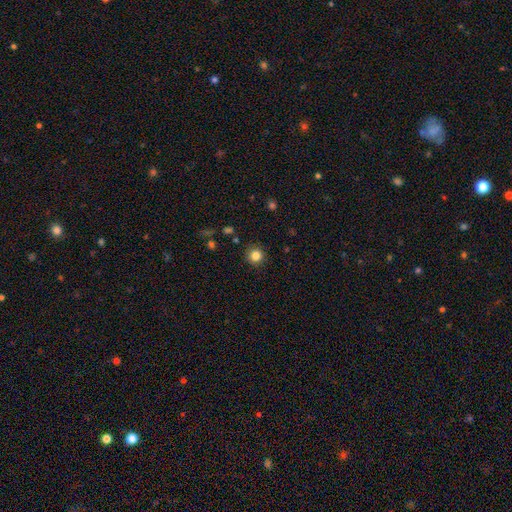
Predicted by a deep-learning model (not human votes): smooth 83%, star or artifact 12%, featured or disk 5%. Down the decision tree: how rounded — round (94%); merging — none (90%).